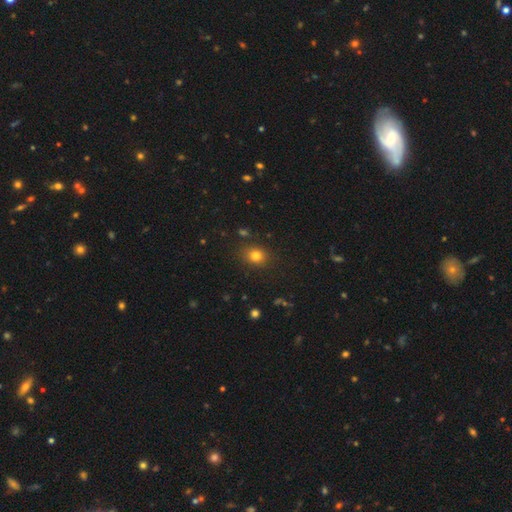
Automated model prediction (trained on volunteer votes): Morphology: type=smooth (80%); roundness=round (64%); merging=none (86%).